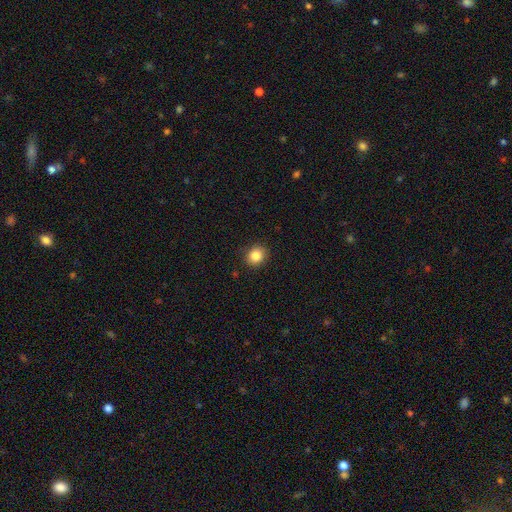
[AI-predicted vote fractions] Q: Smooth or featured?
A: smooth (84%); runner-up: star or artifact (10%)
Q: How rounded?
A: round (80%); runner-up: in between (19%)
Q: Merging?
A: none (90%); runner-up: minor disturbance (7%)